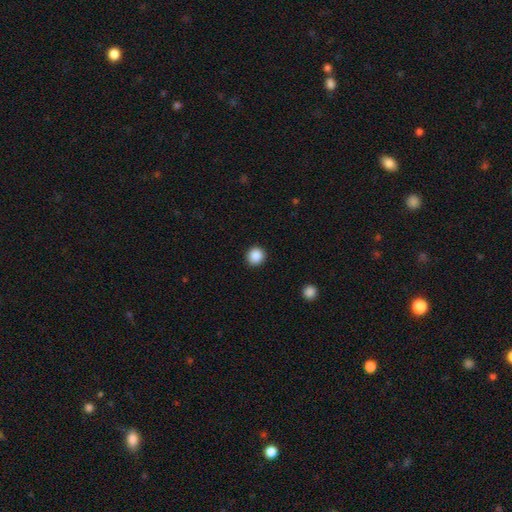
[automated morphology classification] The model was most divided on "smooth or featured": smooth: 88%, star or artifact: 9%, featured or disk: 3%. More confident: merging — none (92%); how rounded — round (91%).